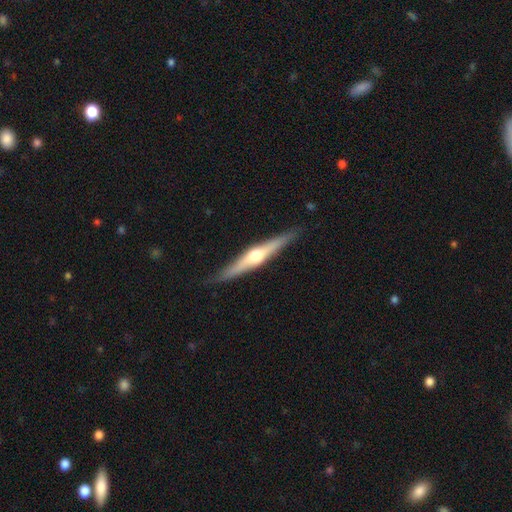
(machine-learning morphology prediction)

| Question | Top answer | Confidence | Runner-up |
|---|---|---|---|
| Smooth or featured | featured or disk | 71% | smooth (24%) |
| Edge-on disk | yes | 97% | no (3%) |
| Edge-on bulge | rounded | 91% | boxy (5%) |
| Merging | none | 88% | minor disturbance (9%) |